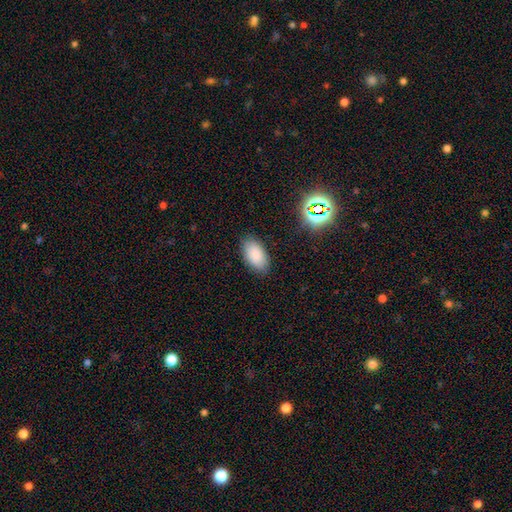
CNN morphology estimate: Q: Smooth or featured?
A: smooth (87%); runner-up: star or artifact (9%)
Q: How rounded?
A: in between (95%); runner-up: round (3%)
Q: Merging?
A: none (86%); runner-up: minor disturbance (11%)